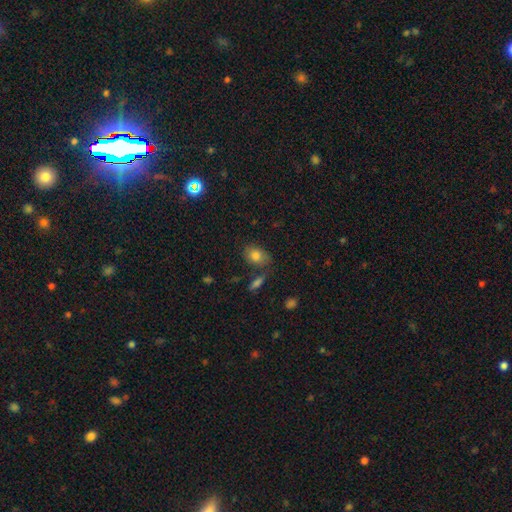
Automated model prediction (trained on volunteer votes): Smooth or featured?
  - smooth: 81% *
  - featured or disk: 11%
  - star or artifact: 9%
How rounded?
  - in between: 76% *
  - round: 22%
  - cigar-shaped: 2%
Merging?
  - none: 69% *
  - minor disturbance: 18%
  - merger: 8%
  - major disturbance: 5%